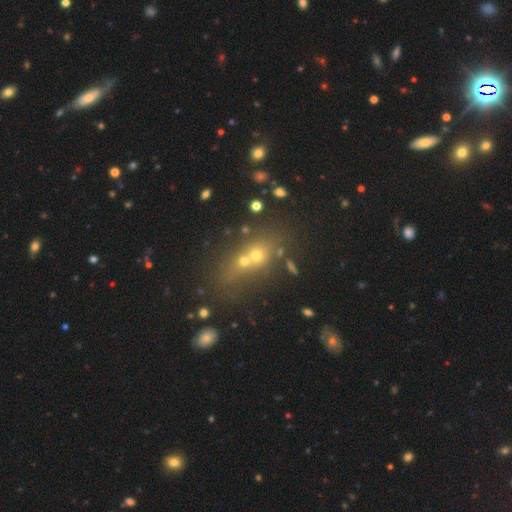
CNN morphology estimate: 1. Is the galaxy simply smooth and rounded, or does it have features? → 51% smooth, 27% star or artifact, 22% featured or disk.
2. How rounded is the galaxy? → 54% round, 39% in between, 7% cigar-shaped.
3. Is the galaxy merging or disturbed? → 51% merger, 35% none, 8% minor disturbance, 6% major disturbance.